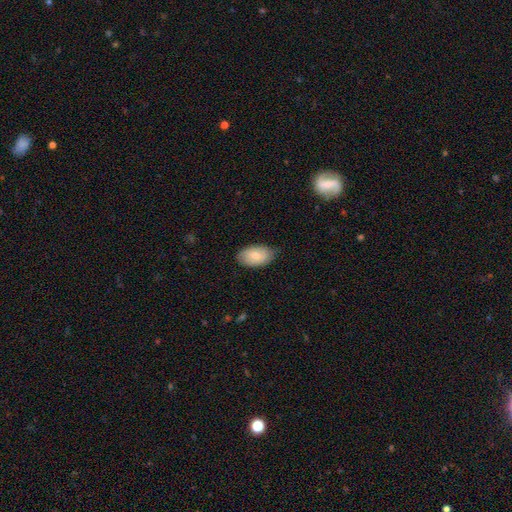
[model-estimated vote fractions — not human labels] The model was most divided on "merging": none: 75%, minor disturbance: 21%, major disturbance: 3%, merger: 1%. More confident: how rounded — in between (93%); smooth or featured — smooth (79%).